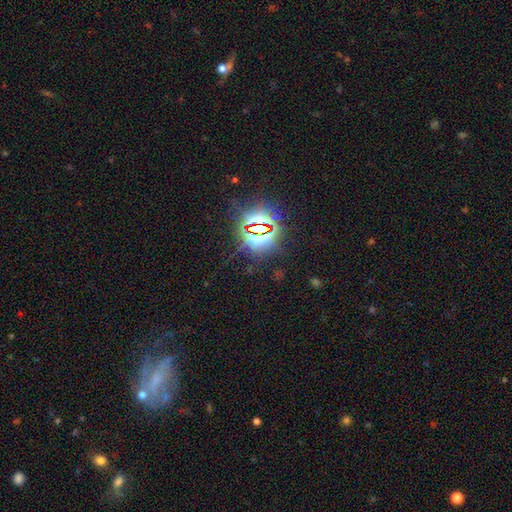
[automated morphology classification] smooth_or_featured: star or artifact (p=0.77) [alt: smooth p=0.12]